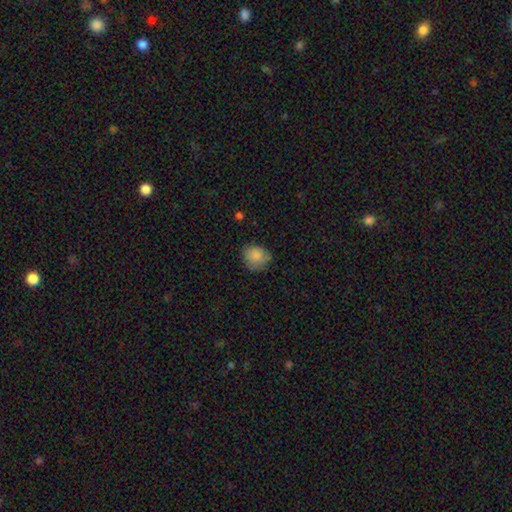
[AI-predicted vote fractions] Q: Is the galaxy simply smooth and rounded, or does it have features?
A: smooth — 85%.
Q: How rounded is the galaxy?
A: round — 76%.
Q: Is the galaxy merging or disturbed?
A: none — 72%.